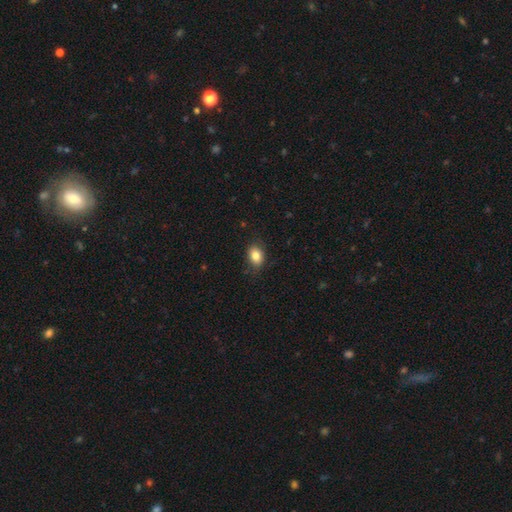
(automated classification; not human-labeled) This is clearly a smooth galaxy (83%). How rounded: likely in between (72%). Merging: clearly none (81%).